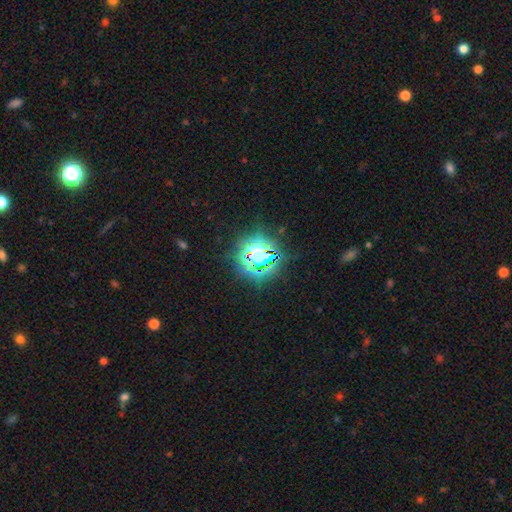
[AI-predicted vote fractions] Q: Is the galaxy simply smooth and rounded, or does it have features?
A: star or artifact — 77%.